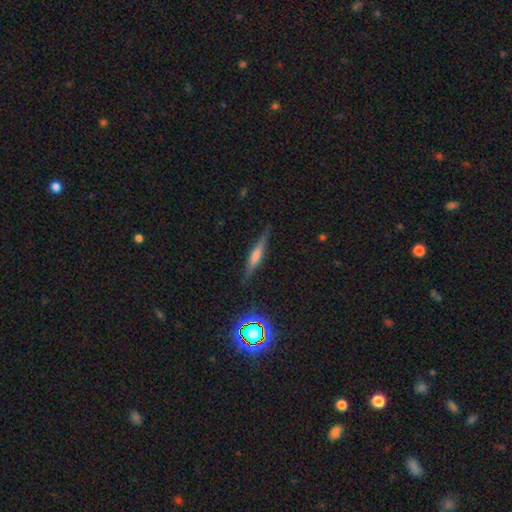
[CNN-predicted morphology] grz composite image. It shows a featured or disk galaxy (53%) viewed edge-on (95%) with a rounded central bulge (47%). Merging: none (85%).